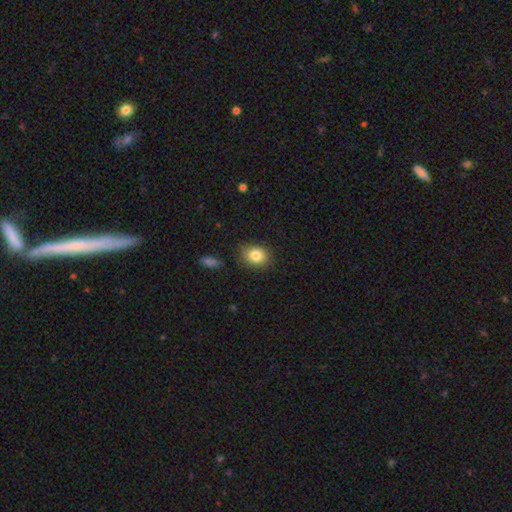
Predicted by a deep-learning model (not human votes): Overall: smooth (83%). How rounded: in between (55%; round 44%). Merging: none (82%).